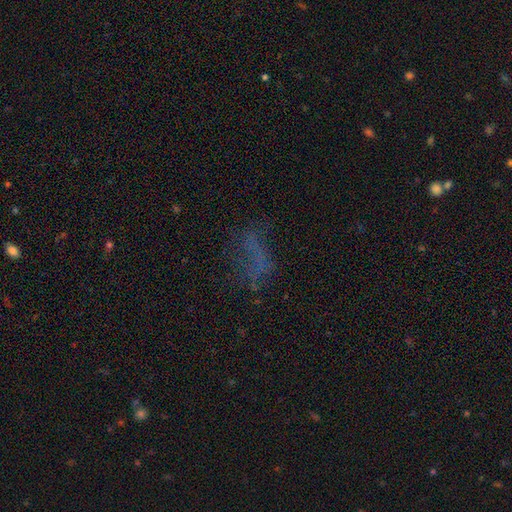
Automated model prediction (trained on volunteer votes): The model was most divided on "smooth or featured": smooth: 38%, star or artifact: 33%, featured or disk: 29%. More confident: merging — none (52%).